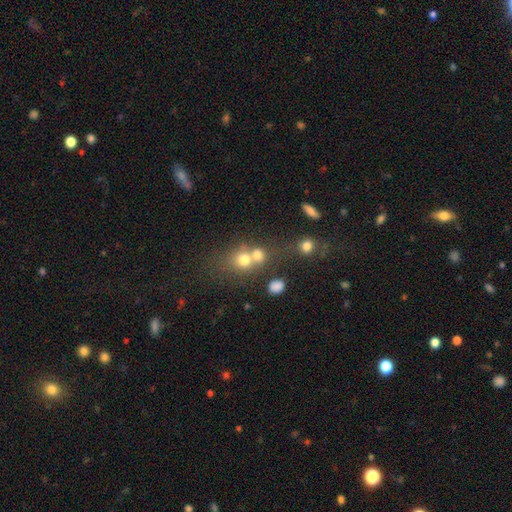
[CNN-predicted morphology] smooth_or_featured: smooth (p=0.62) [alt: star or artifact p=0.19]
how_rounded: round (p=0.69) [alt: in between p=0.28]
merging: merger (p=0.52) [alt: none p=0.34]